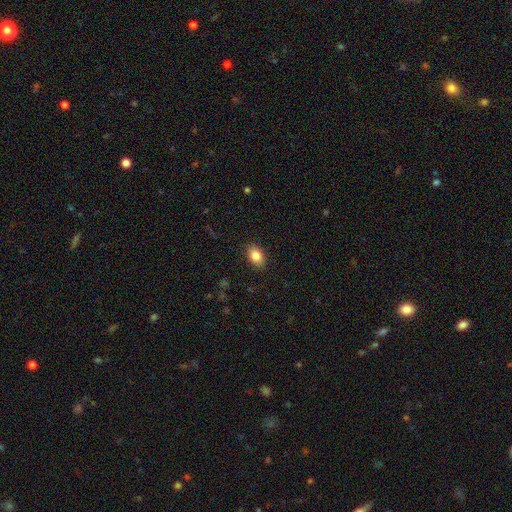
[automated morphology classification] type=smooth (85%); roundness=in between (86%); merging=none (88%).